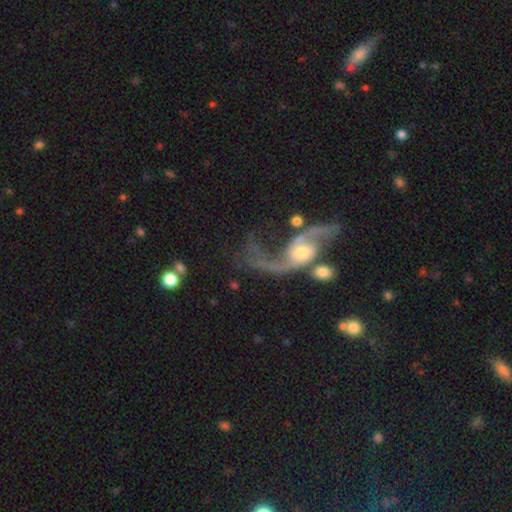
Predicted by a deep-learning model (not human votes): Overall: featured or disk (85%). Edge-on disk: no (95%). Bar: no (55%; weak 33%). Spiral arms: yes (93%). Spiral arm count: 2 (88%). Spiral winding: loose (80%). Bulge size: moderate (50%; small 38%). Merging: none (37%; major disturbance 25%).